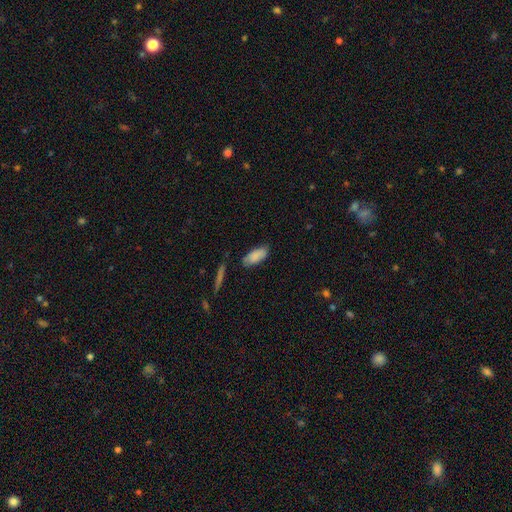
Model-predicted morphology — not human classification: smooth-or-featured: smooth: 84% | featured or disk: 9% | star or artifact: 7%
  how-rounded: in between: 86% | cigar-shaped: 12% | round: 2%
  merging: none: 72% | minor disturbance: 20% | major disturbance: 4% | merger: 3%